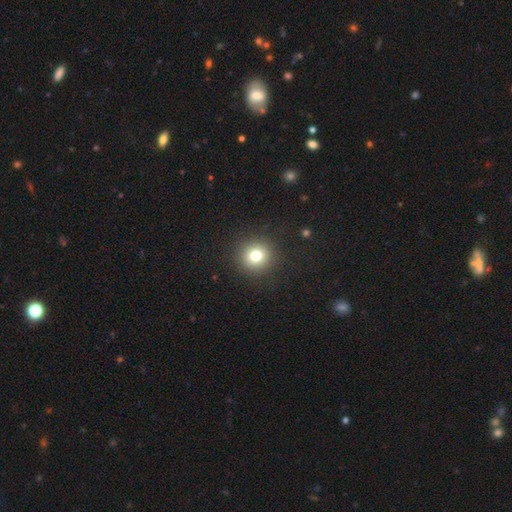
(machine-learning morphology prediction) smooth_or_featured: smooth (p=0.77) [alt: star or artifact p=0.14]
how_rounded: round (p=0.94) [alt: in between p=0.05]
merging: none (p=0.92) [alt: minor disturbance p=0.05]